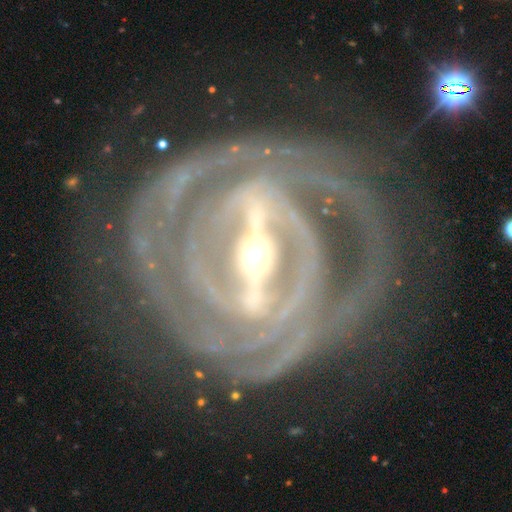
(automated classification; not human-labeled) Overall: featured or disk (92%). Edge-on disk: no (94%). Bar: strong (79%). Spiral arms: yes (93%). Spiral arm count: 2 (30%; can't tell 23%). Spiral winding: tight (67%). Bulge size: small (48%; moderate 45%). Merging: none (69%).